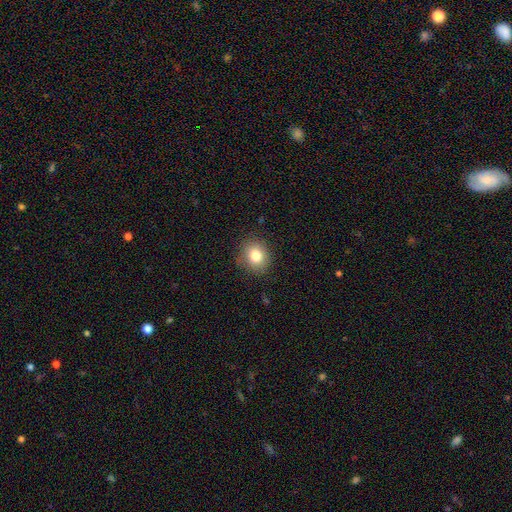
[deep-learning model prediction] A smooth galaxy with no disk features (81%) that is round (71%).

Vote fractions:
- Smooth or featured? smooth: 81% / star or artifact: 10% / featured or disk: 8%
- How rounded? round: 71% / in between: 28% / cigar-shaped: 1%
- Merging? none: 85% / minor disturbance: 11% / major disturbance: 3% / merger: 1%